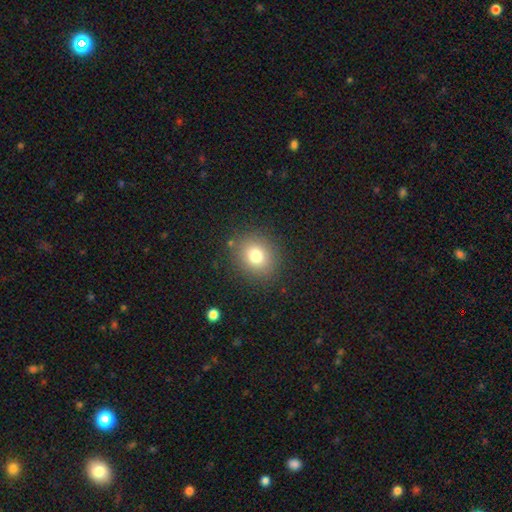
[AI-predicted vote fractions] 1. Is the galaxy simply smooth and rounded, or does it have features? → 78% smooth, 13% star or artifact, 9% featured or disk.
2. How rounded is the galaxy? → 74% round, 25% in between, 1% cigar-shaped.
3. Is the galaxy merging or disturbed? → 87% none, 8% minor disturbance, 3% major disturbance, 2% merger.